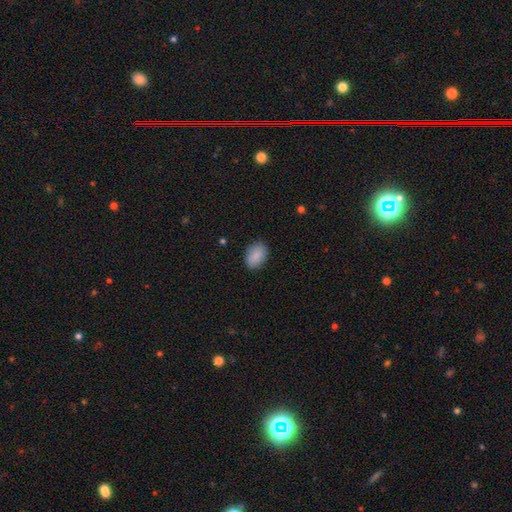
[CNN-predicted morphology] Smooth or featured?
  - smooth: 89% *
  - star or artifact: 7%
  - featured or disk: 4%
How rounded?
  - in between: 83% *
  - round: 15%
  - cigar-shaped: 1%
Merging?
  - none: 85% *
  - minor disturbance: 11%
  - major disturbance: 3%
  - merger: 1%